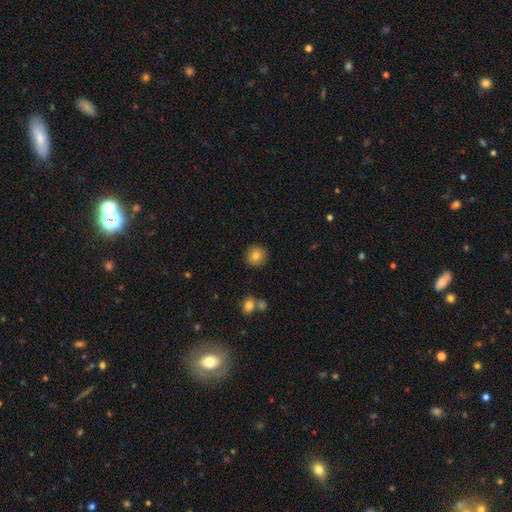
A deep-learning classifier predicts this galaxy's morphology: A smooth galaxy with no disk features (82%) that is round (94%).

Vote fractions:
- Smooth or featured? smooth: 82% / star or artifact: 9% / featured or disk: 9%
- How rounded? round: 94% / in between: 5% / cigar-shaped: 1%
- Merging? none: 90% / minor disturbance: 6% / merger: 2% / major disturbance: 2%